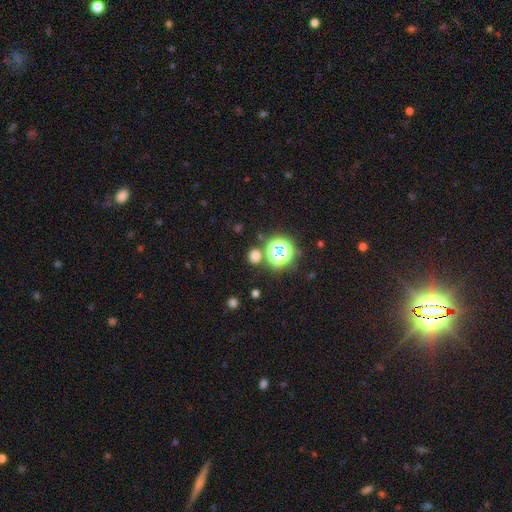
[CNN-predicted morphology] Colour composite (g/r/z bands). It shows a smooth galaxy with no disk features (63%) that is round (80%). Merging: none (81%).